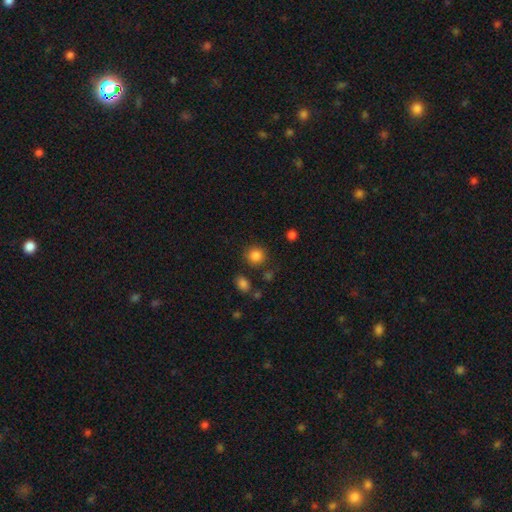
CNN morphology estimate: Overall: smooth (84%). How rounded: round (89%). Merging: none (83%).